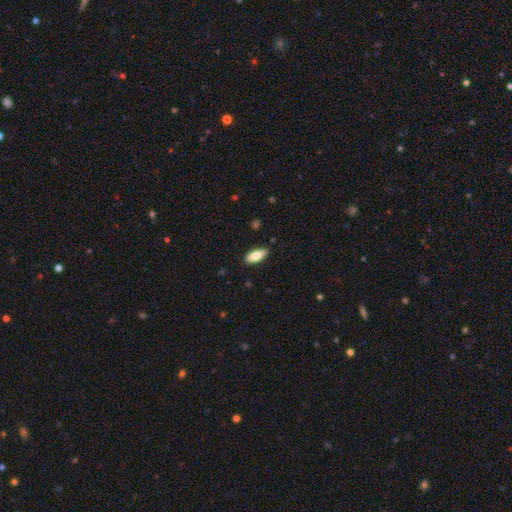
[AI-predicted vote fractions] A smooth galaxy with no disk features (76%) that is in between round and cigar-shaped (82%).

Vote fractions:
- Smooth or featured? smooth: 76% / featured or disk: 18% / star or artifact: 6%
- How rounded? in between: 82% / cigar-shaped: 16% / round: 2%
- Merging? none: 89% / minor disturbance: 9% / major disturbance: 2% / merger: 1%